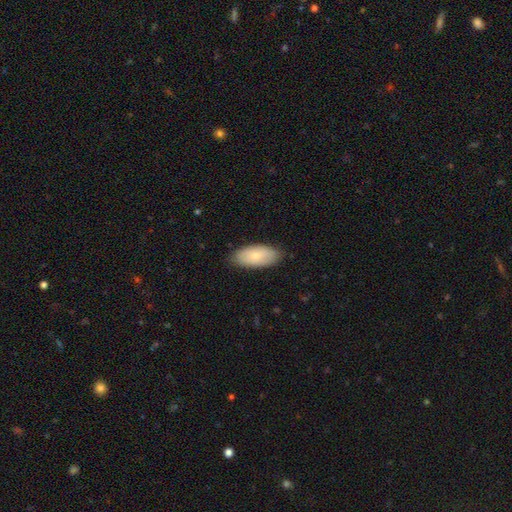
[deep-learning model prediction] Q: Smooth or featured?
A: smooth (74%); runner-up: featured or disk (21%)
Q: How rounded?
A: in between (90%); runner-up: cigar-shaped (7%)
Q: Merging?
A: none (81%); runner-up: minor disturbance (15%)